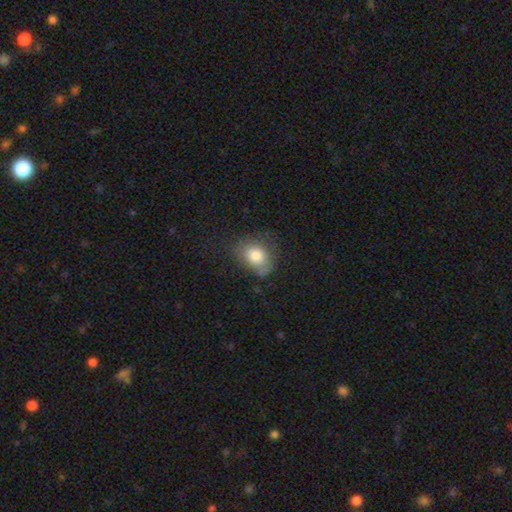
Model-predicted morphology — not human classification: A smooth galaxy with no disk features (80%) that is in between round and cigar-shaped (64%).

Vote fractions:
- Smooth or featured? smooth: 80% / featured or disk: 12% / star or artifact: 8%
- How rounded? in between: 64% / round: 34% / cigar-shaped: 1%
- Merging? none: 62% / minor disturbance: 26% / major disturbance: 10% / merger: 2%